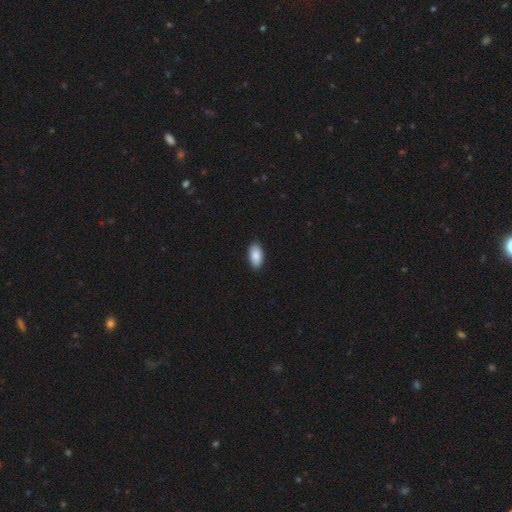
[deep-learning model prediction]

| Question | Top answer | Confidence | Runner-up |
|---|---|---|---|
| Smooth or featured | smooth | 89% | star or artifact (6%) |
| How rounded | in between | 94% | cigar-shaped (3%) |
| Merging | none | 88% | minor disturbance (10%) |